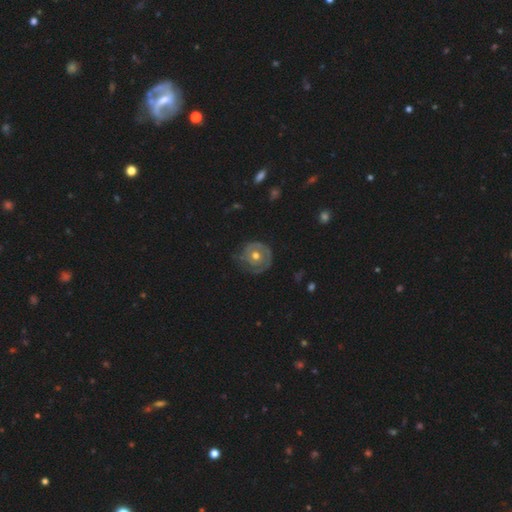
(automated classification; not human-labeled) Smooth or featured? featured or disk (73%)
Edge-on disk? no (97%)
Bar? no (83%)
Spiral arms? yes (82%)
Spiral winding? tight (71%)
Spiral arm count? 1 (42%)
Bulge size? moderate (76%)
Merging? none (68%)